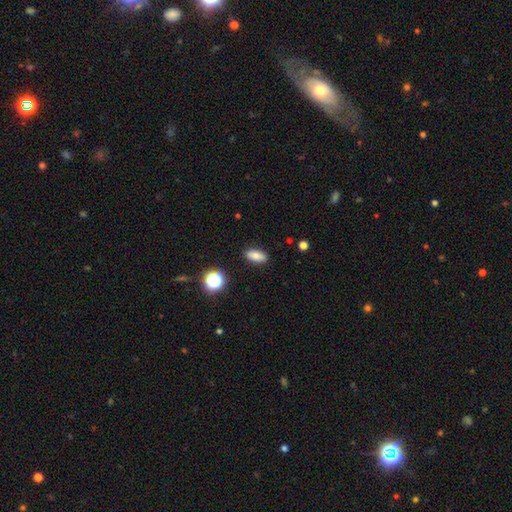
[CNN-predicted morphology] A smooth galaxy with no disk features (77%) that is in between round and cigar-shaped (78%). Merging: none (88%).